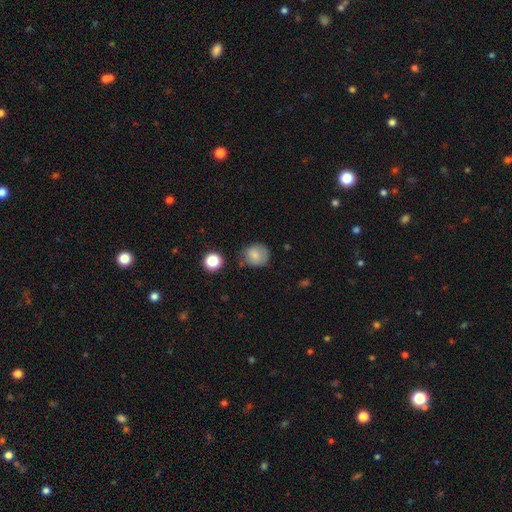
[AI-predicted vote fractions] Overall: smooth (80%). How rounded: round (81%). Merging: none (67%).